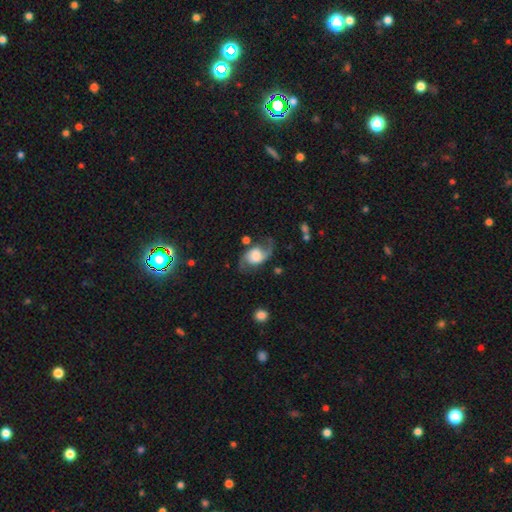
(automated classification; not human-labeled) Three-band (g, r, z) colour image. It shows a featured or disk galaxy (80%) with no bar (58%), 2 (90%) loose (58%) spiral arms (95%) and a large central bulge (38%). Merging: none (67%).